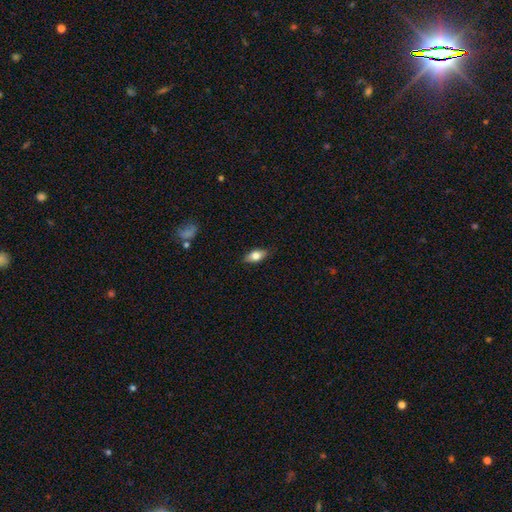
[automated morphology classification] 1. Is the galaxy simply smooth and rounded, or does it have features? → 71% smooth, 22% featured or disk, 7% star or artifact.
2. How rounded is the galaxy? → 85% in between, 11% cigar-shaped, 4% round.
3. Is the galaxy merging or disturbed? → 85% none, 12% minor disturbance, 2% major disturbance, 1% merger.